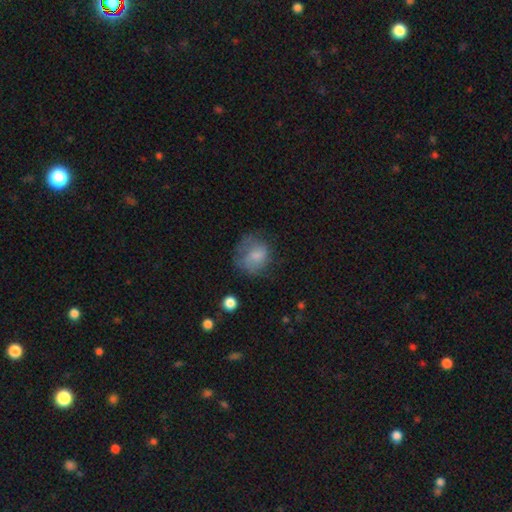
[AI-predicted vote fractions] Morphology: type=smooth (67%); roundness=round (67%); merging=none (46%).